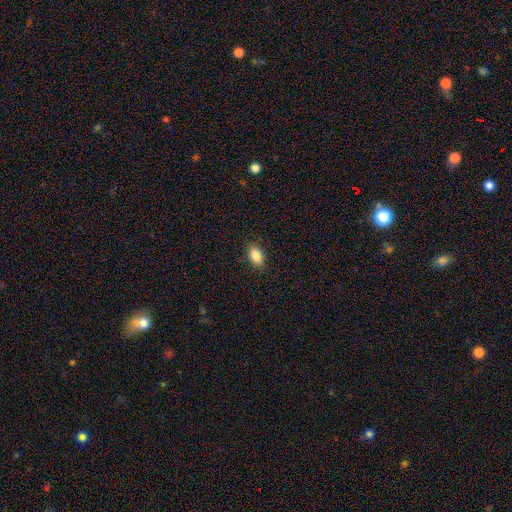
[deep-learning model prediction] A smooth galaxy with no disk features (86%) that is in between round and cigar-shaped (89%). Merging: none (88%).